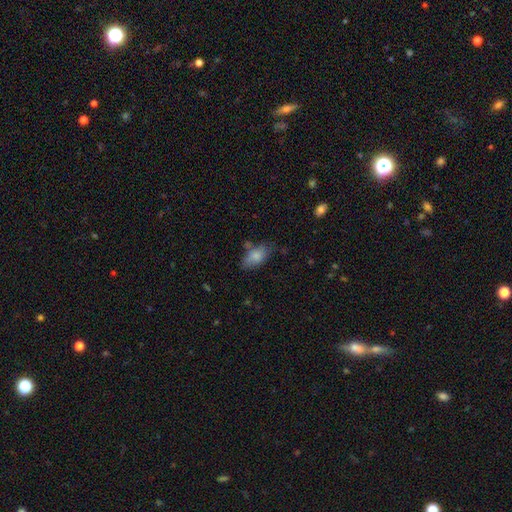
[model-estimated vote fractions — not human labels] Q: Smooth or featured?
A: smooth (79%); runner-up: featured or disk (13%)
Q: How rounded?
A: in between (88%); runner-up: cigar-shaped (8%)
Q: Merging?
A: none (62%); runner-up: minor disturbance (24%)